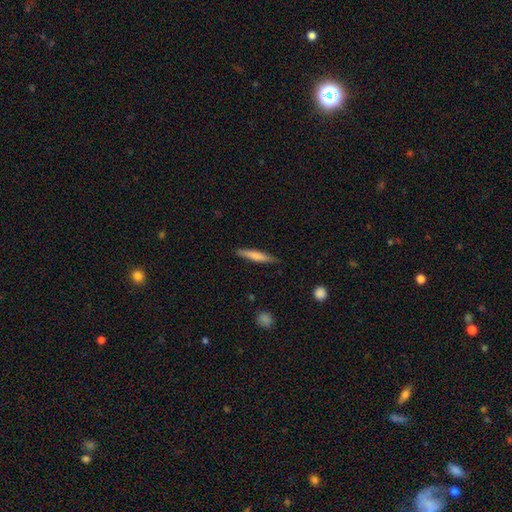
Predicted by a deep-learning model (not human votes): The model was most divided on "smooth or featured": smooth: 68%, featured or disk: 27%, star or artifact: 5%. More confident: how rounded — cigar-shaped (91%); merging — none (85%).